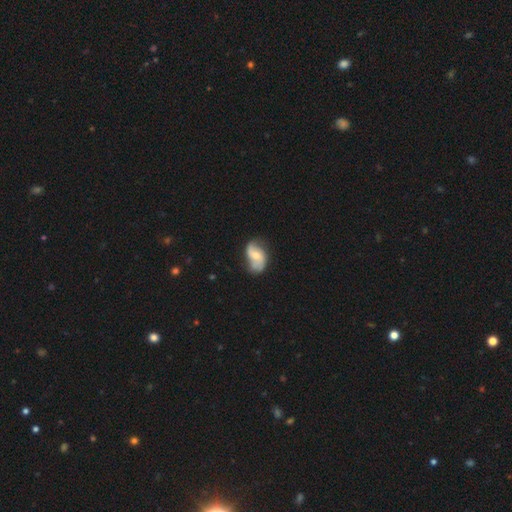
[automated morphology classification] Smooth or featured? featured or disk (69%)
Edge-on disk? no (97%)
Bar? no (55%)
Spiral arms? yes (89%)
Spiral winding? loose (56%)
Spiral arm count? 2 (85%)
Bulge size? moderate (54%)
Merging? none (61%)